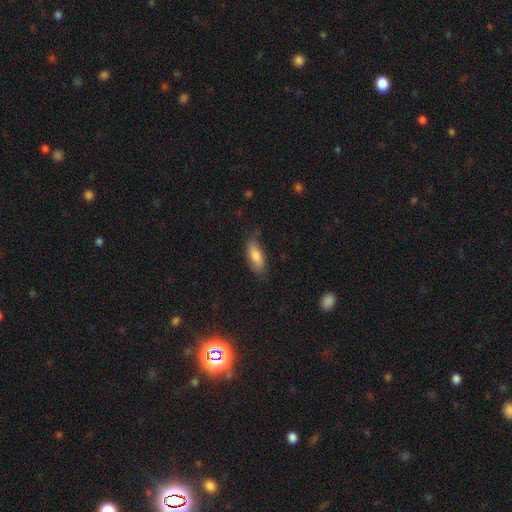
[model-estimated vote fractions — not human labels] Morphology: type=smooth (80%); roundness=in between (69%); merging=none (72%).